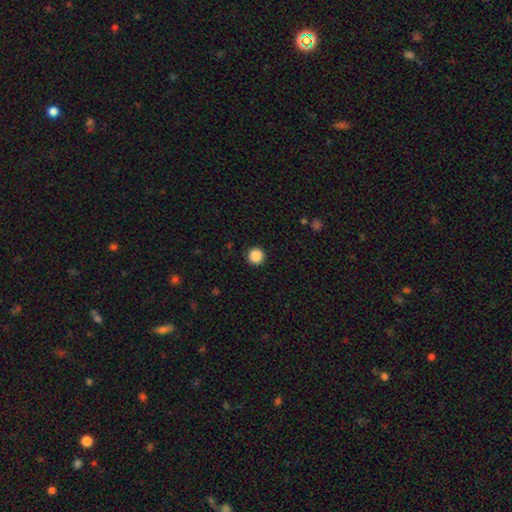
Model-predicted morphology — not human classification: A smooth galaxy with no disk features (87%) that is round (96%). Merging: none (93%).